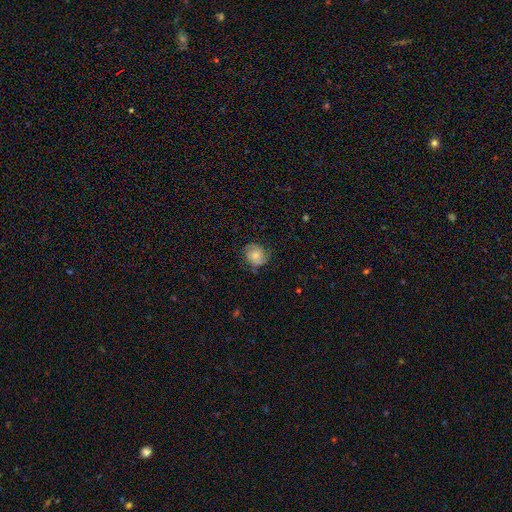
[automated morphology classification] smooth-or-featured: smooth: 59% | featured or disk: 32% | star or artifact: 9%
  how-rounded: round: 77% | in between: 22% | cigar-shaped: 1%
  merging: none: 68% | minor disturbance: 23% | major disturbance: 7% | merger: 2%